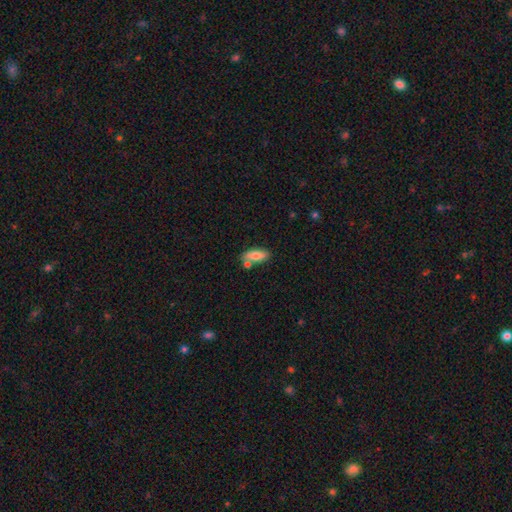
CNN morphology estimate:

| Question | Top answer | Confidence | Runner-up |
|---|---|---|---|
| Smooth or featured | smooth | 79% | featured or disk (15%) |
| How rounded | in between | 70% | cigar-shaped (27%) |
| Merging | none | 68% | merger (14%) |